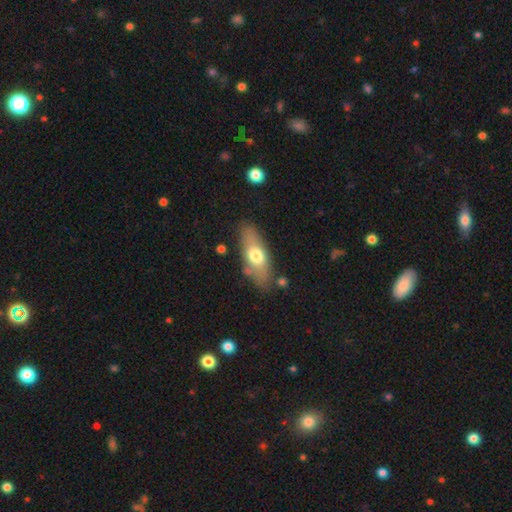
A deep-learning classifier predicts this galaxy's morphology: type=smooth (63%); roundness=in between (70%); merging=none (76%).